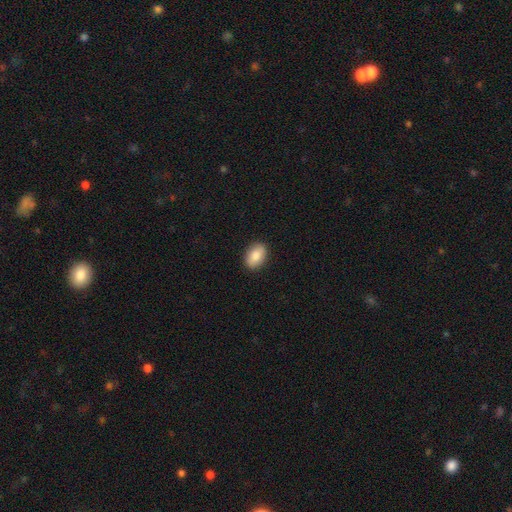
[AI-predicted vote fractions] A smooth galaxy with no disk features (85%) that is in between round and cigar-shaped (84%). Merging: none (90%).